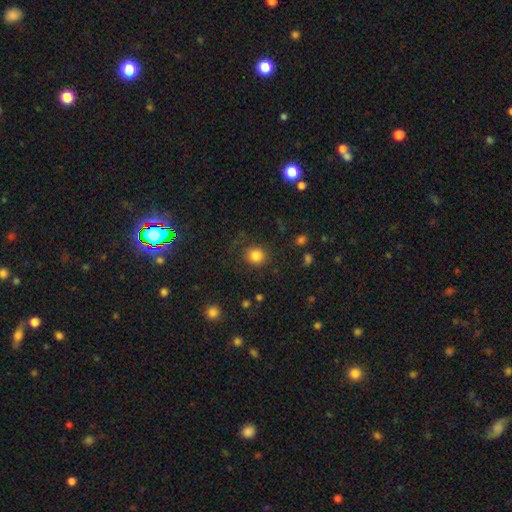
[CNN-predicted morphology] type=smooth (83%); roundness=round (87%); merging=none (83%).